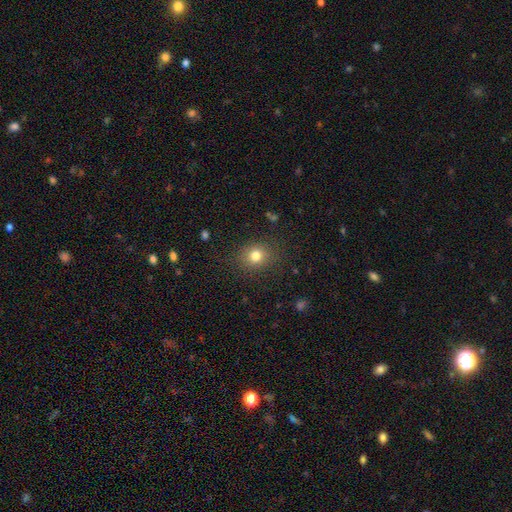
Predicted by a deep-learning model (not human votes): Morphology: type=smooth (78%); roundness=round (74%); merging=none (85%).